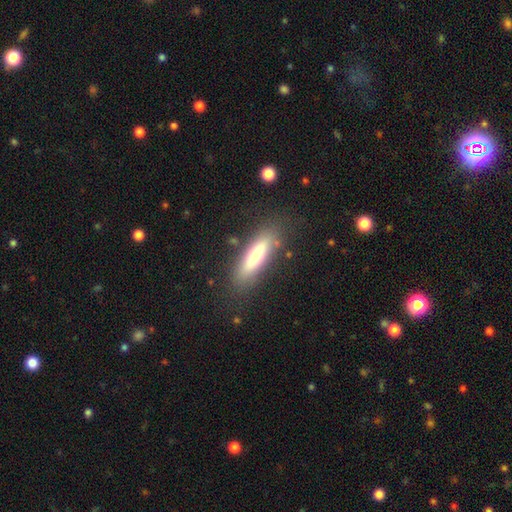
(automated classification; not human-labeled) A smooth galaxy with no disk features (62%) that is cigar-shaped (63%). Merging: none (82%).